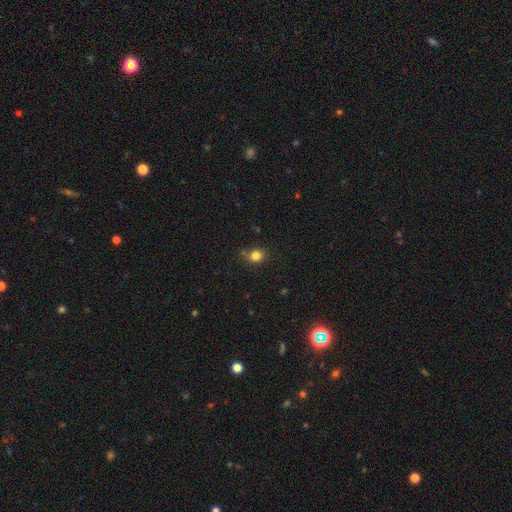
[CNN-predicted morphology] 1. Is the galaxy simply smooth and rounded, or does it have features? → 81% smooth, 13% star or artifact, 6% featured or disk.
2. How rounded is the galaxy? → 73% round, 26% in between, 1% cigar-shaped.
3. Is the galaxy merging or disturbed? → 77% none, 15% minor disturbance, 5% merger, 3% major disturbance.